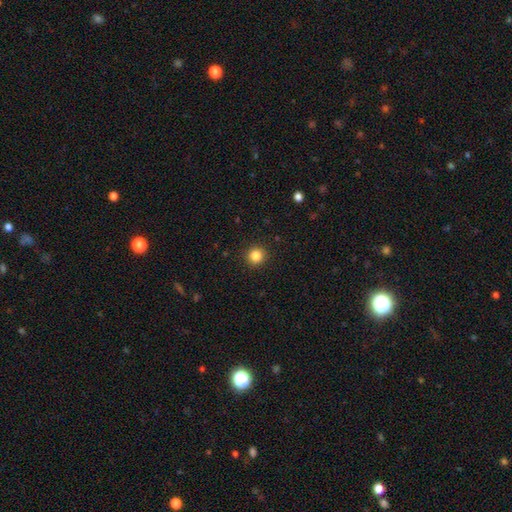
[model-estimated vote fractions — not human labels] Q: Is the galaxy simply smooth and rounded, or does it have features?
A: smooth — 85%.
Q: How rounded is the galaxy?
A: round — 94%.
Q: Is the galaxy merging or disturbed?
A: none — 92%.